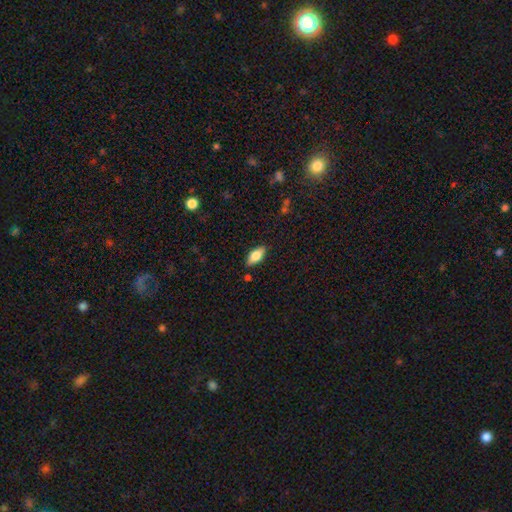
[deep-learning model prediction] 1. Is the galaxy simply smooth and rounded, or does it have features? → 74% smooth, 19% featured or disk, 7% star or artifact.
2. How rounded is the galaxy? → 85% in between, 12% cigar-shaped, 2% round.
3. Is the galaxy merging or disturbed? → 86% none, 11% minor disturbance, 2% major disturbance, 2% merger.